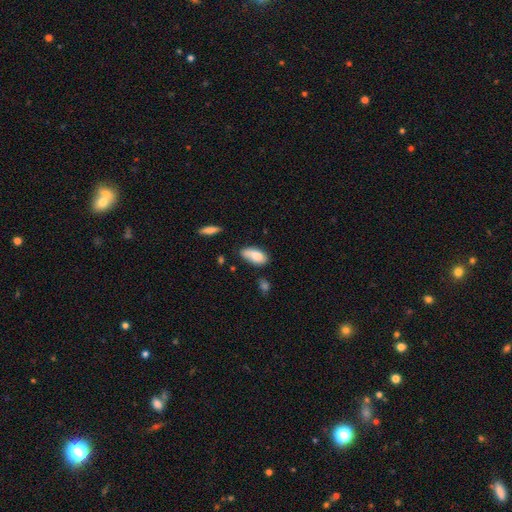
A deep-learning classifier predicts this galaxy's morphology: smooth 80%, featured or disk 12%, star or artifact 7%. Down the decision tree: how rounded — in between (90%); merging — none (52%).